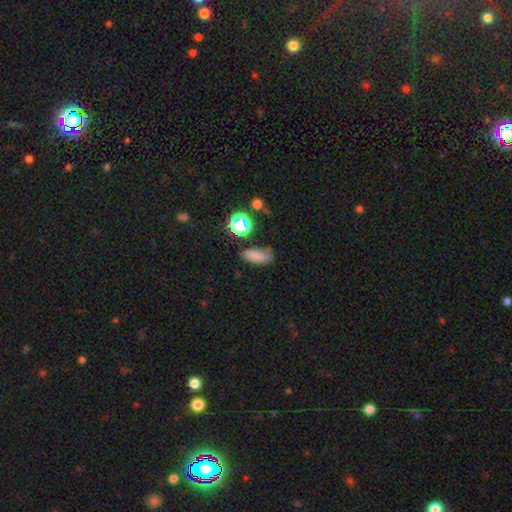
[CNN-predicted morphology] Smooth or featured? smooth (76%)
How rounded? in between (71%)
Merging? none (72%)